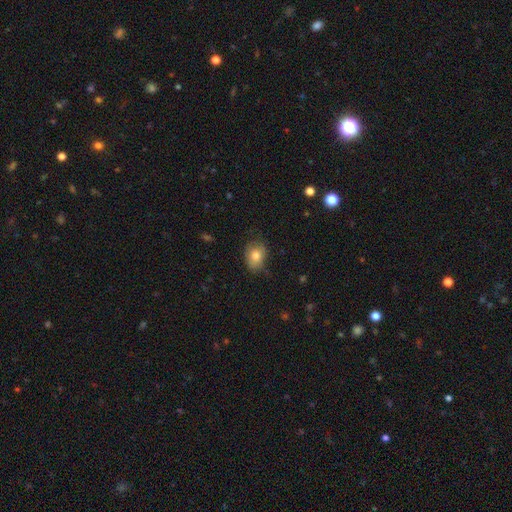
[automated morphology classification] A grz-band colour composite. It shows a smooth galaxy with no disk features (80%) that is in between round and cigar-shaped (66%). Merging: none (70%).